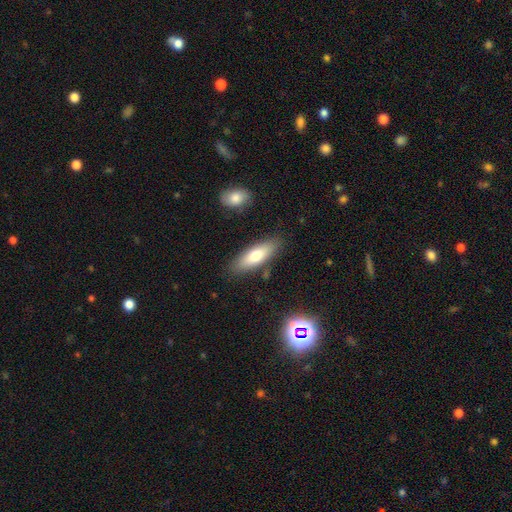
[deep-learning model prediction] Smooth or featured: smooth — 71% (featured or disk — 22%)
How rounded: in between — 59% (cigar-shaped — 39%)
Merging: none — 83% (minor disturbance — 11%)